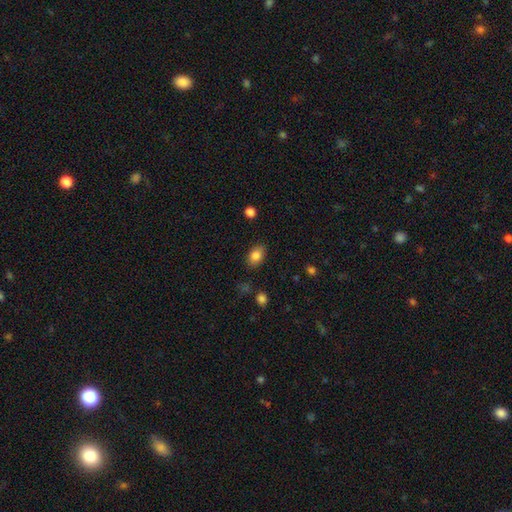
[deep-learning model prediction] The model was most divided on "how rounded": in between: 84%, round: 15%, cigar-shaped: 1%. More confident: smooth or featured — smooth (84%); merging — none (84%).